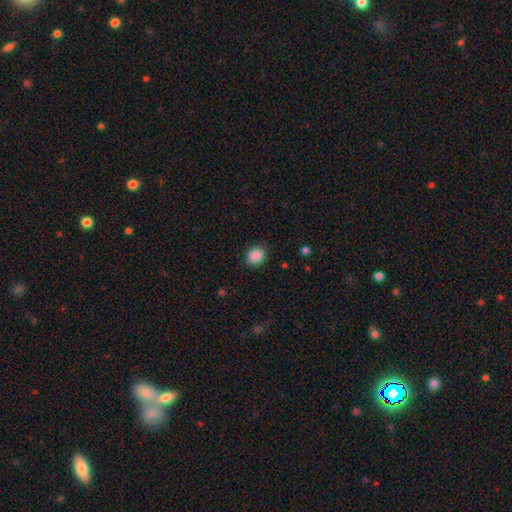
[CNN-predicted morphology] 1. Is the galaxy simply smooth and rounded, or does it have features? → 88% smooth, 9% star or artifact, 3% featured or disk.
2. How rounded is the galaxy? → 66% round, 33% in between, 1% cigar-shaped.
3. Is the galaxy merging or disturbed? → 87% none, 9% minor disturbance, 3% major disturbance, 1% merger.